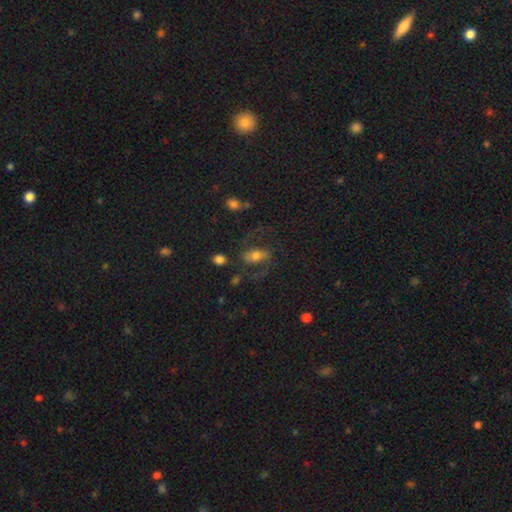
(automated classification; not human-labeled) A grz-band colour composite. It shows a featured or disk galaxy (56%) with a strong bar (34%), spiral arms (79%) and a moderate central bulge (56%). Merging: none (58%).